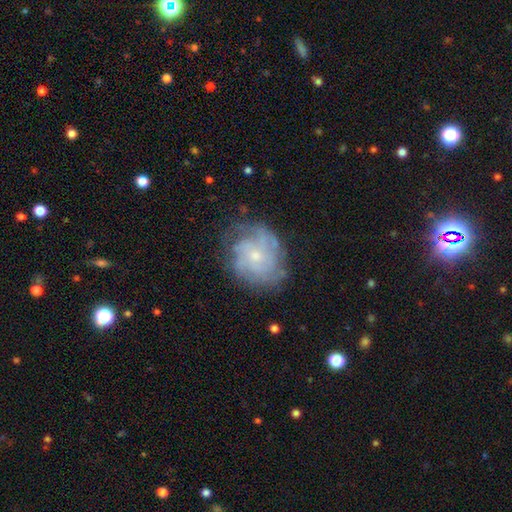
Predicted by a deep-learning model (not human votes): This appears to be a featured or disk galaxy (71%) with no bar (75%), tight (53%) spiral arms (83%) and a small central bulge (63%). Merging: none (68%).